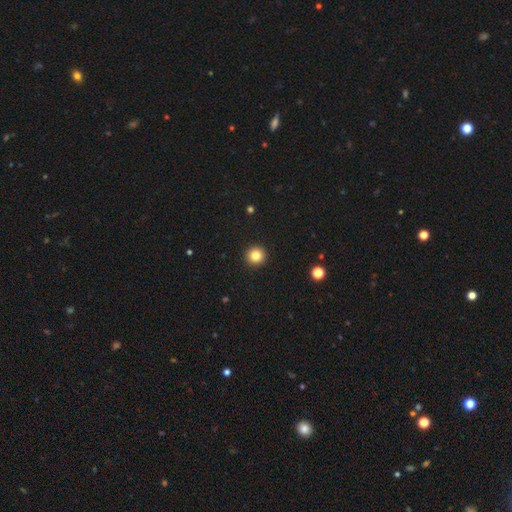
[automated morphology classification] Smooth or featured: smooth — 83% (star or artifact — 11%)
How rounded: round — 95% (in between — 4%)
Merging: none — 94% (minor disturbance — 4%)